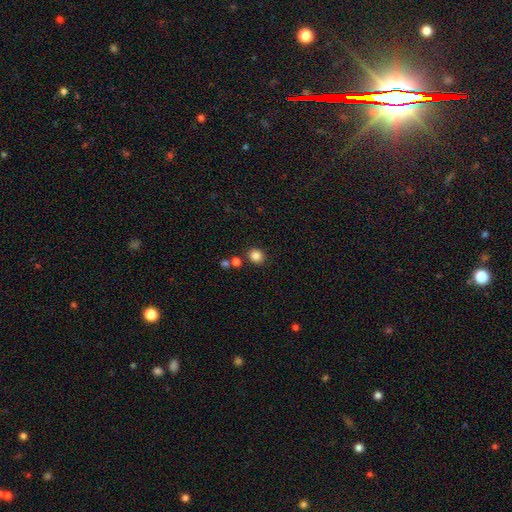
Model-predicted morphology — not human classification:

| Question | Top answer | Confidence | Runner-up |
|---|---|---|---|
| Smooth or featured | smooth | 85% | star or artifact (11%) |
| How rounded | round | 83% | in between (16%) |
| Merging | none | 82% | minor disturbance (8%) |